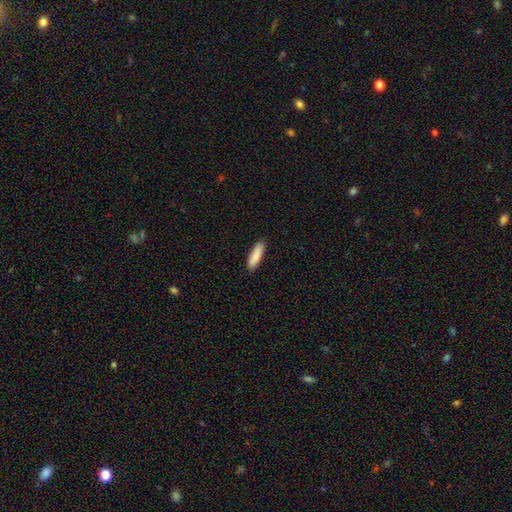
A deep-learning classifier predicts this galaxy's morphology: A smooth galaxy with no disk features (87%) that is cigar-shaped (56%). Merging: none (88%).